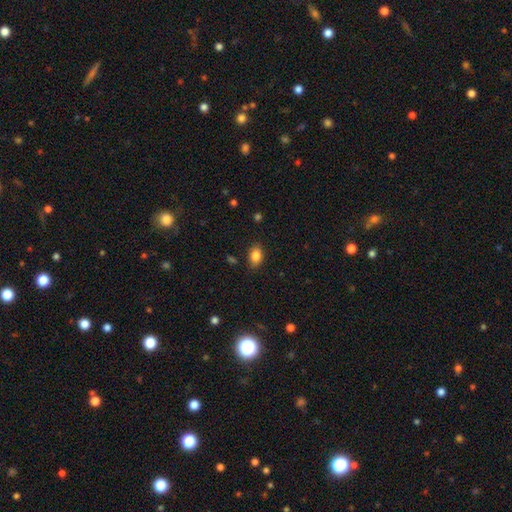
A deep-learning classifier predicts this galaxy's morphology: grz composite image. It shows a smooth galaxy with no disk features (84%) that is in between round and cigar-shaped (78%). Merging: none (83%).